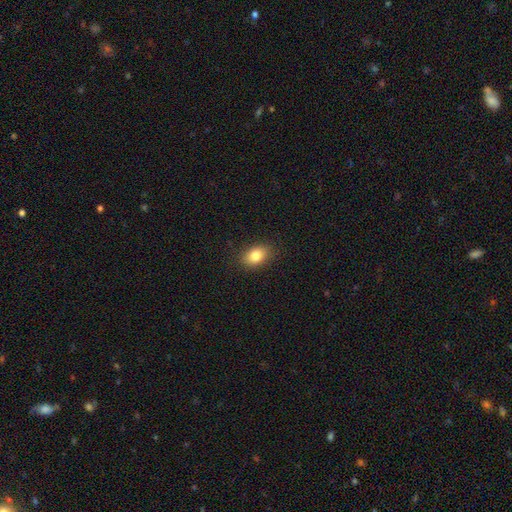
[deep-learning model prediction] smooth-or-featured: smooth: 83% | star or artifact: 9% | featured or disk: 8%
  how-rounded: in between: 80% | round: 18% | cigar-shaped: 1%
  merging: none: 87% | minor disturbance: 9% | major disturbance: 2% | merger: 1%